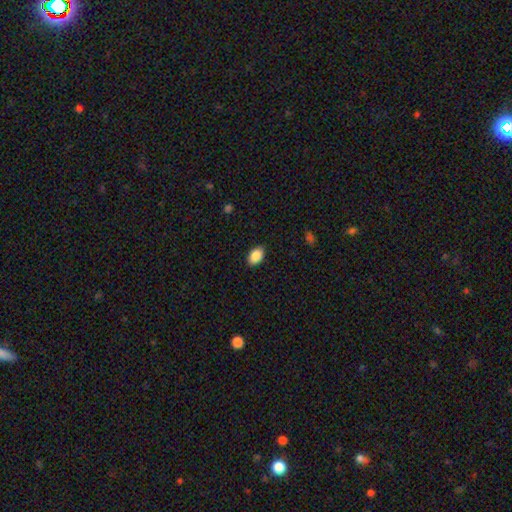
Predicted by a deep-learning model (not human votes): Smooth or featured: smooth — 88% (star or artifact — 7%)
How rounded: in between — 89% (round — 10%)
Merging: none — 88% (minor disturbance — 9%)